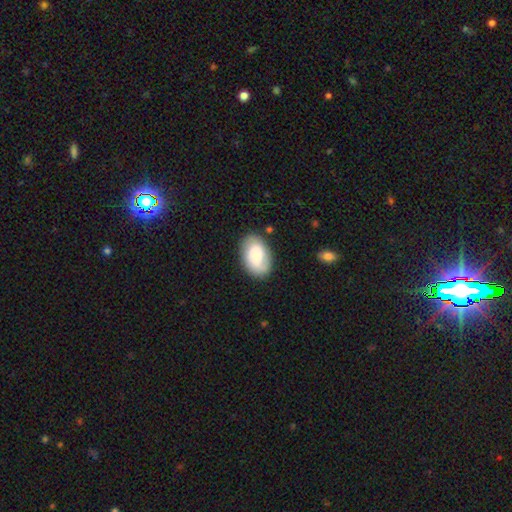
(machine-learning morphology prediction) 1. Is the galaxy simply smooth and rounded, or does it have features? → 60% smooth, 33% featured or disk, 7% star or artifact.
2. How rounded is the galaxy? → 88% in between, 11% round, 1% cigar-shaped.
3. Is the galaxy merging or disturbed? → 77% none, 16% minor disturbance, 5% major disturbance, 2% merger.